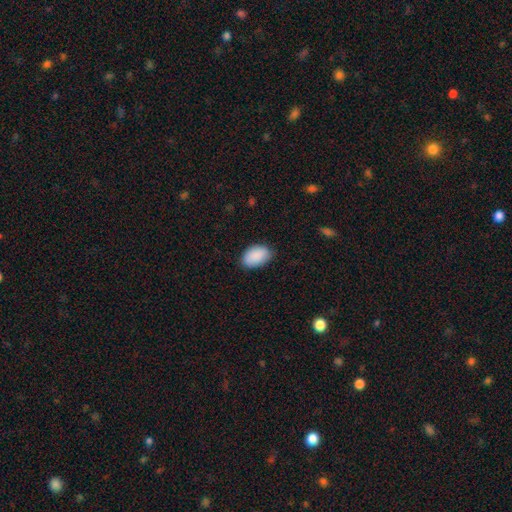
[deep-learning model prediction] Morphology: type=smooth (91%); roundness=in between (91%); merging=none (81%).